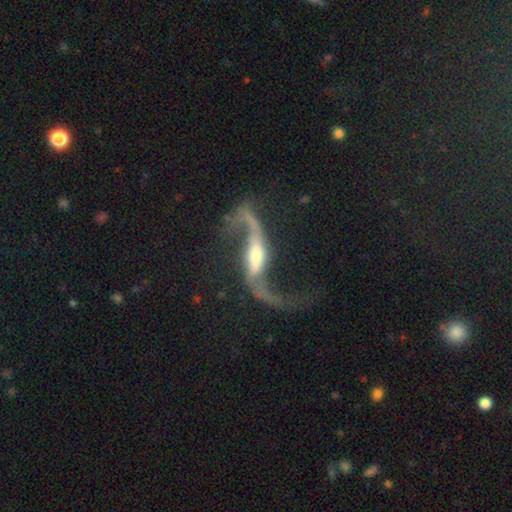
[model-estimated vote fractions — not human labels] A featured or disk galaxy (91%) with a strong bar (46%), 2 (94%) loose (89%) spiral arms (97%) and a moderate central bulge (50%).

Vote fractions:
- Smooth or featured? featured or disk: 91% / star or artifact: 5% / smooth: 4%
- Edge-on disk? no: 87% / yes: 13%
- Bar? strong: 46% / weak: 33% / no: 22%
- Spiral arms? yes: 97% / no: 3%
- Spiral winding? loose: 89% / medium: 9% / tight: 3%
- Spiral arm count? 2: 94% / 1: 2% / can't tell: 1% / 3: 1% / 4: 1% / more than 4: 1%
- Bulge size? moderate: 50% / small: 25% / large: 16% / none: 5% / dominant: 3%
- Merging? none: 69% / minor disturbance: 14% / major disturbance: 14% / merger: 3%